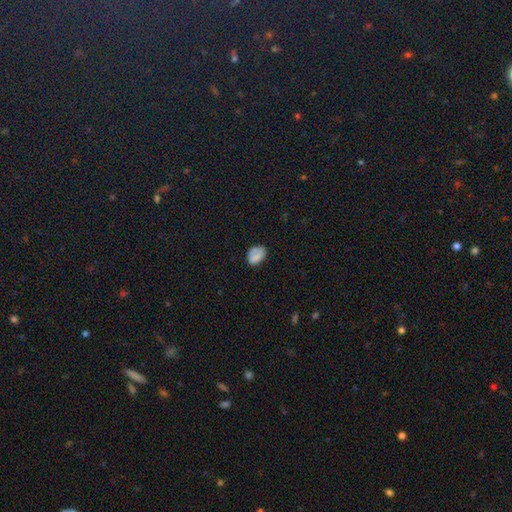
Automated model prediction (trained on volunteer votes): smooth 76%, featured or disk 13%, star or artifact 12%. Down the decision tree: how rounded — in between (78%); merging — none (65%).